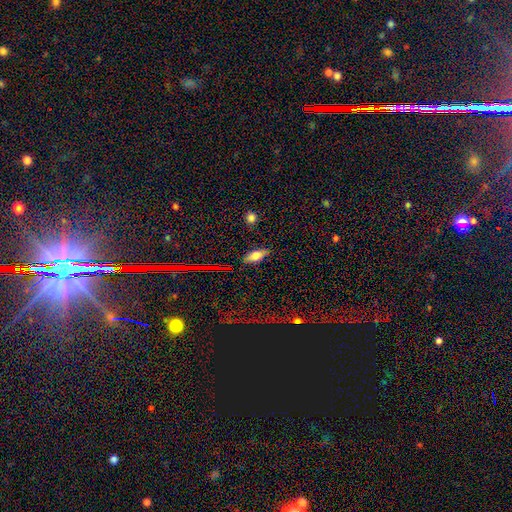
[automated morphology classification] type=smooth (73%); roundness=in between (82%); merging=none (83%).